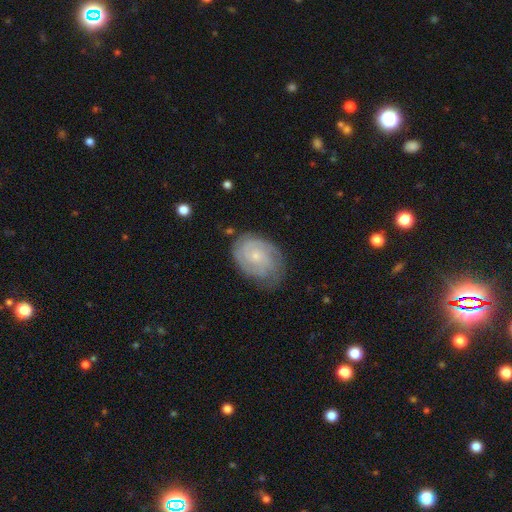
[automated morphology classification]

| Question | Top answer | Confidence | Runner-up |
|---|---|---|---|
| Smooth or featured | featured or disk | 78% | smooth (16%) |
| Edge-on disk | no | 97% | yes (3%) |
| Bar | no | 74% | weak (23%) |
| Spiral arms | yes | 95% | no (5%) |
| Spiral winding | tight | 69% | medium (25%) |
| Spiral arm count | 2 | 31% | can't tell (29%) |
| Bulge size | small | 73% | moderate (21%) |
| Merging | none | 72% | minor disturbance (20%) |